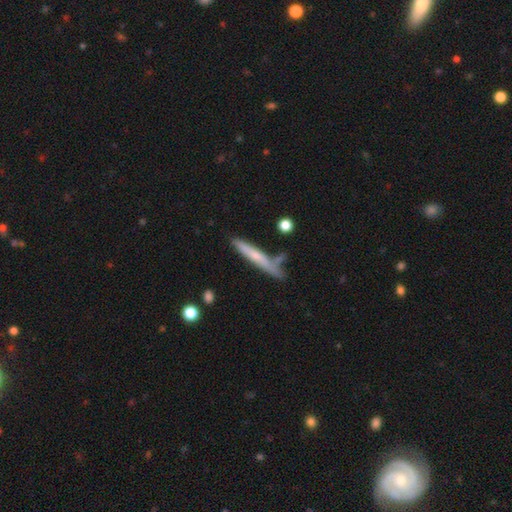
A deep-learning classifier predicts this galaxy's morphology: This appears to be a smooth galaxy with no disk features (53%) that is cigar-shaped (93%). Merging: none (68%).